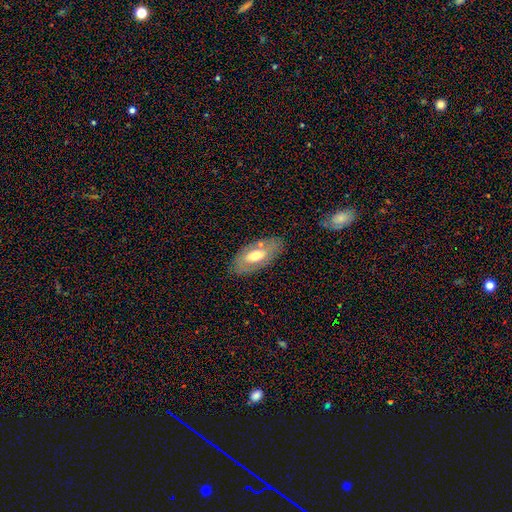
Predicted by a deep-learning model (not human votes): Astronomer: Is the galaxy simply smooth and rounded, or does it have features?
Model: smooth — 48% (runner-up: featured or disk, 45%).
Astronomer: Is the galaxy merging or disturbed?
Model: none — 78%.